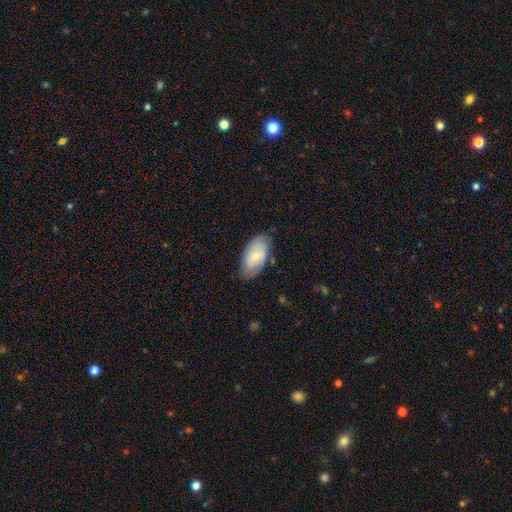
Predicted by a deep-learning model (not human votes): Smooth or featured?
  - smooth: 64% *
  - featured or disk: 30%
  - star or artifact: 6%
How rounded?
  - in between: 94% *
  - round: 3%
  - cigar-shaped: 3%
Merging?
  - none: 76% *
  - minor disturbance: 18%
  - major disturbance: 4%
  - merger: 2%